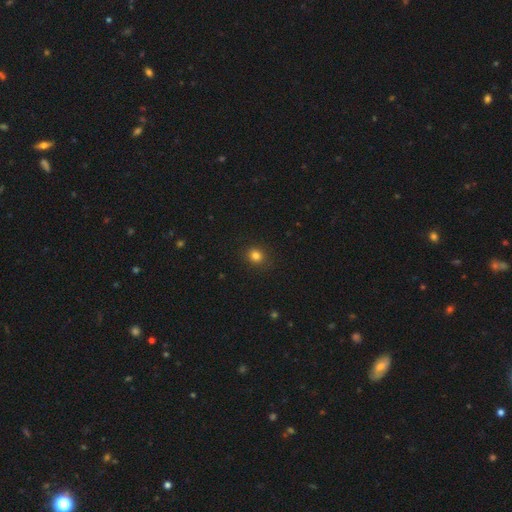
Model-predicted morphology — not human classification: Q: Smooth or featured?
A: smooth (81%); runner-up: star or artifact (14%)
Q: How rounded?
A: round (82%); runner-up: in between (17%)
Q: Merging?
A: none (89%); runner-up: minor disturbance (7%)